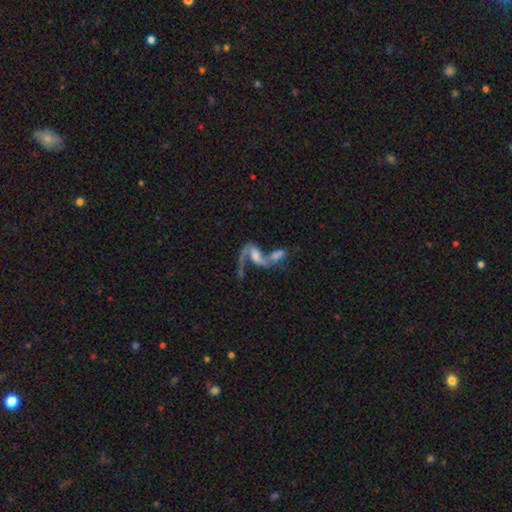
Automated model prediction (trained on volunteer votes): The model was most divided on "bulge size": none: 33%, moderate: 29%, small: 25%, large: 12%, dominant: 2%. More confident: edge-on disk — no (94%); spiral winding — loose (81%); spiral arms — yes (79%); smooth or featured — featured or disk (70%); merging — merger (63%); spiral arm count — 2 (58%); bar — no (53%).